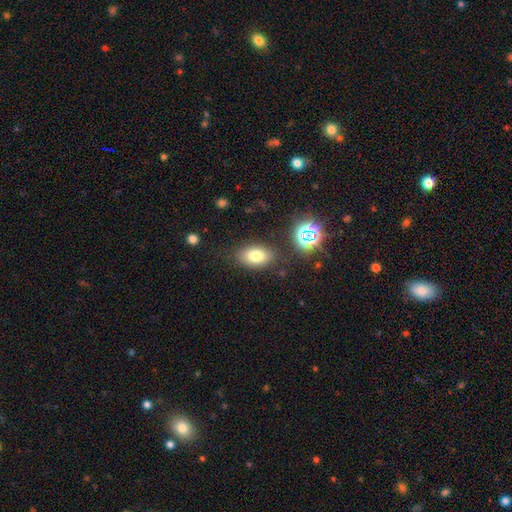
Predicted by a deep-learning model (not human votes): Smooth or featured? smooth (76%)
How rounded? in between (88%)
Merging? none (81%)